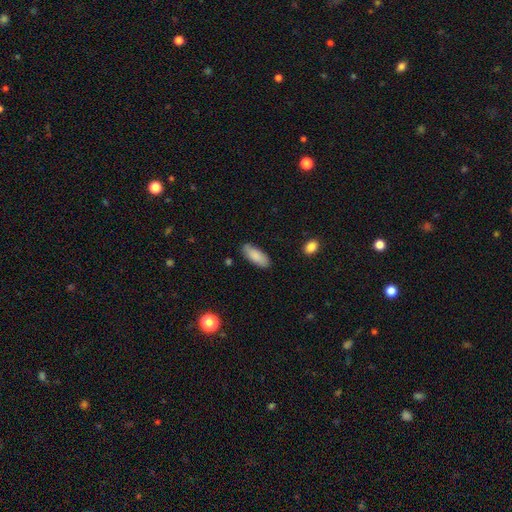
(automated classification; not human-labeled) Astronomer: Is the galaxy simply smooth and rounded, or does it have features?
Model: smooth — 85%.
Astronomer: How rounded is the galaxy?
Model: in between — 76%.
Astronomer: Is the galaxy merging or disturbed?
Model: none — 81%.